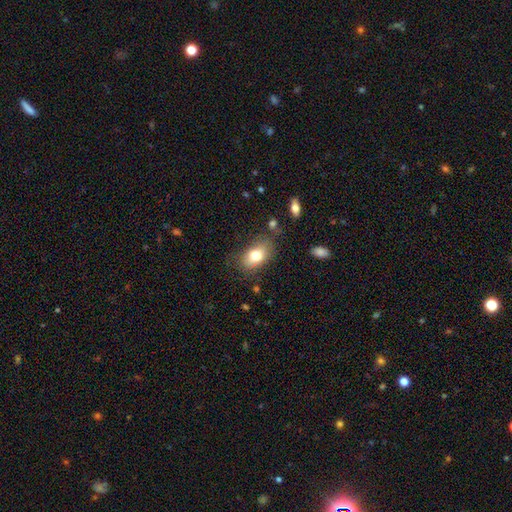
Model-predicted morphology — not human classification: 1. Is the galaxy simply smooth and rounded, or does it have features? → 77% smooth, 15% featured or disk, 8% star or artifact.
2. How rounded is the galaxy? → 87% in between, 11% round, 2% cigar-shaped.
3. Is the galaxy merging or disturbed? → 72% none, 19% minor disturbance, 6% major disturbance, 3% merger.